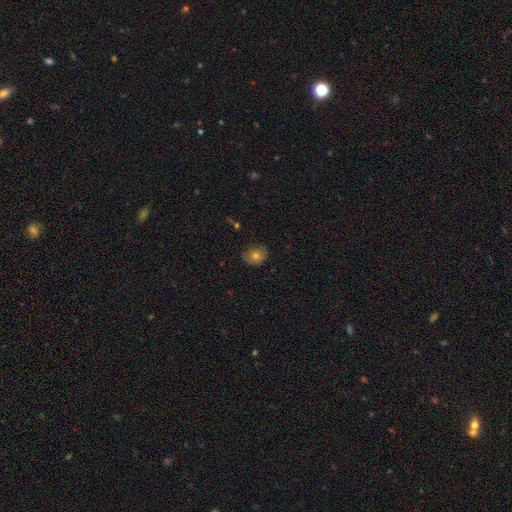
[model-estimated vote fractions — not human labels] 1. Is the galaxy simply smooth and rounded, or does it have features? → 72% smooth, 16% featured or disk, 12% star or artifact.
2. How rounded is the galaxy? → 60% round, 39% in between, 1% cigar-shaped.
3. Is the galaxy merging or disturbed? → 74% none, 21% minor disturbance, 4% major disturbance, 1% merger.